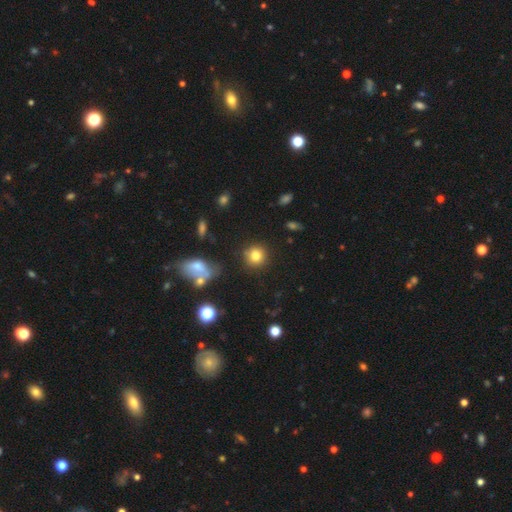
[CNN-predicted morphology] A smooth galaxy with no disk features (80%) that is round (90%).

Vote fractions:
- Smooth or featured? smooth: 80% / star or artifact: 12% / featured or disk: 7%
- How rounded? round: 90% / in between: 8% / cigar-shaped: 1%
- Merging? none: 83% / minor disturbance: 10% / merger: 4% / major disturbance: 3%